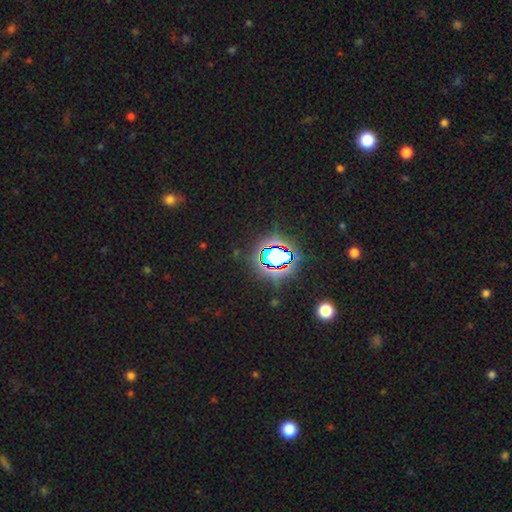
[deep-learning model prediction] A star or artifact, not a galaxy (82%).